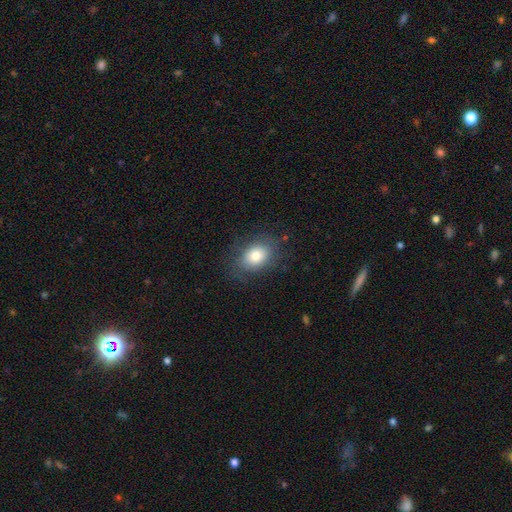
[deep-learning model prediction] Smooth or featured: smooth — 79% (featured or disk — 12%)
How rounded: in between — 74% (round — 24%)
Merging: none — 78% (minor disturbance — 15%)